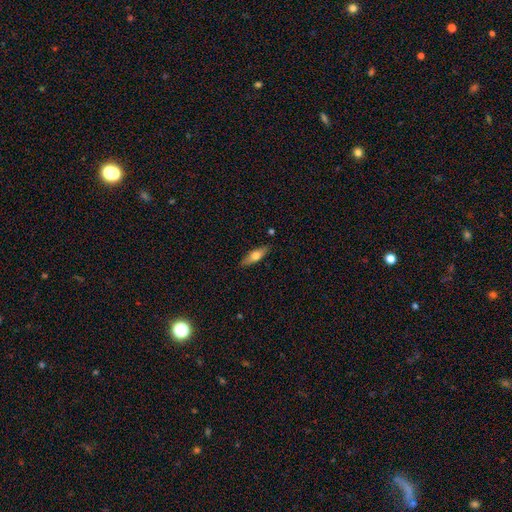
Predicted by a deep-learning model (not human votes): smooth_or_featured: smooth (p=0.57) [alt: featured or disk p=0.37]
how_rounded: cigar-shaped (p=0.53) [alt: in between p=0.44]
merging: none (p=0.85) [alt: minor disturbance p=0.11]